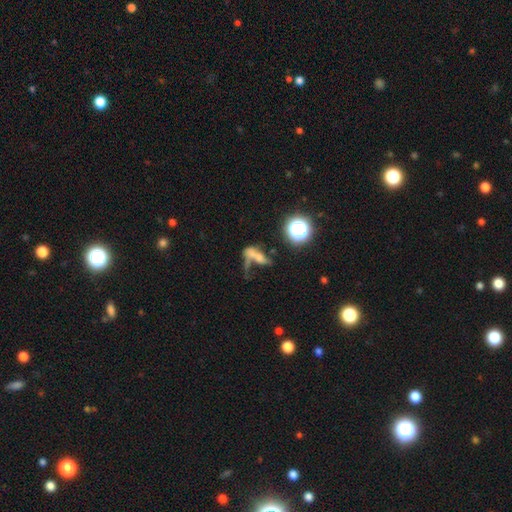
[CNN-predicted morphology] This appears to be a smooth galaxy with no disk features (44%). Merging: merger (38%).